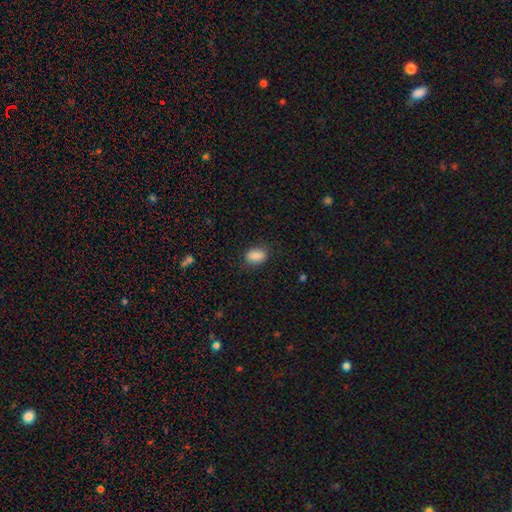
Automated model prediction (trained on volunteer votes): Morphology: type=smooth (88%); roundness=in between (86%); merging=none (81%).